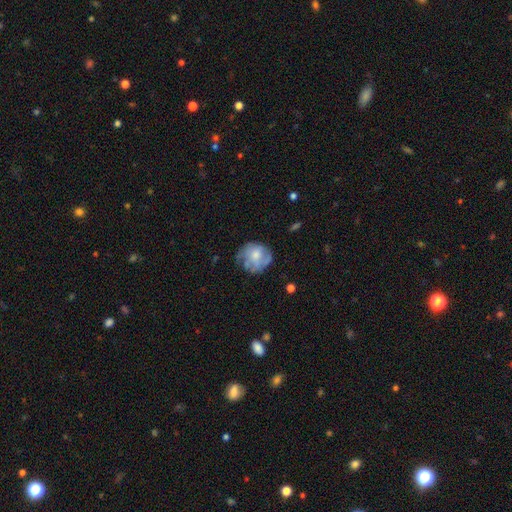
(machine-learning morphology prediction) Smooth or featured? featured or disk (48%)
Merging? none (56%)